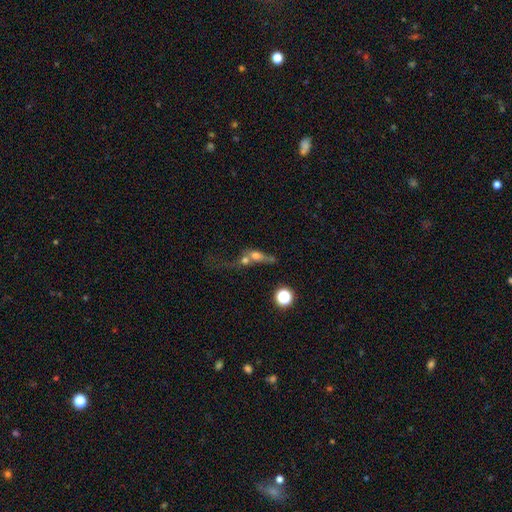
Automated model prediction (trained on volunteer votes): Overall: smooth (53%; featured or disk 32%). How rounded: round (42%; in between 39%). Merging: merger (62%).